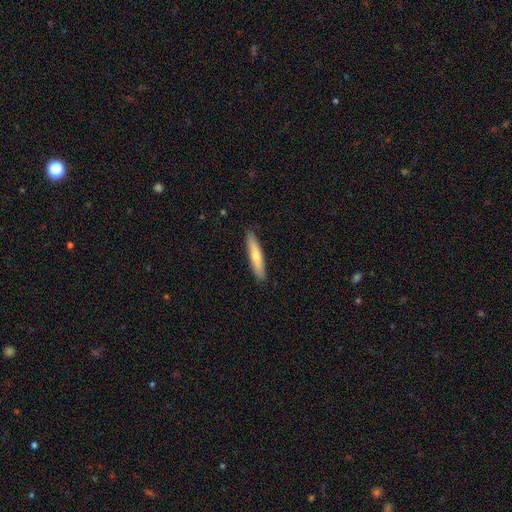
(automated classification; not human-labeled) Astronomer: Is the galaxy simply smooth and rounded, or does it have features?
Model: smooth — 53% (runner-up: featured or disk, 41%).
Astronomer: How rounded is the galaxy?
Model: cigar-shaped — 89%.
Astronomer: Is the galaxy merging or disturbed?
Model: none — 91%.